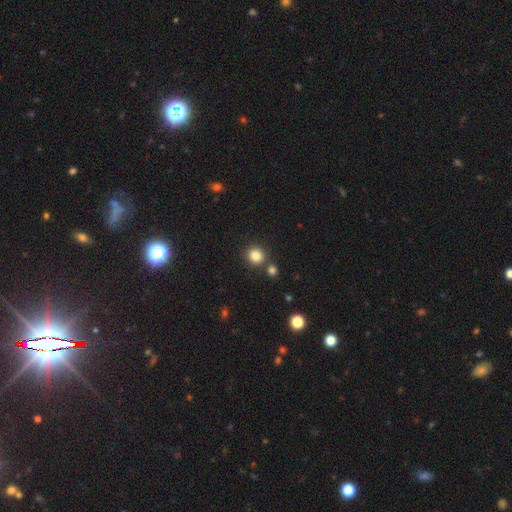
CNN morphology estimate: This appears to be a smooth galaxy with no disk features (83%) that is round (85%). Merging: none (77%).